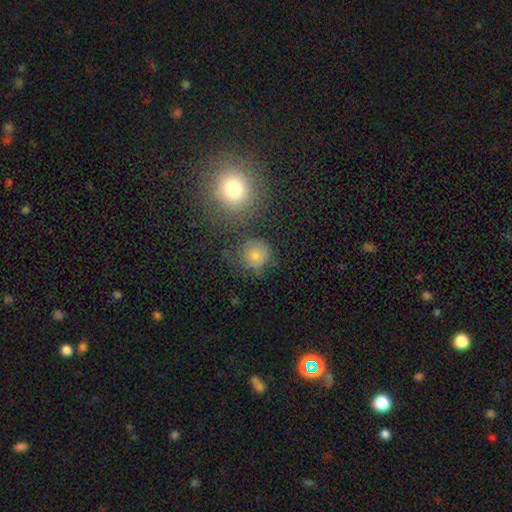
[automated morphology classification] type=smooth (73%); roundness=round (88%); merging=none (60%).